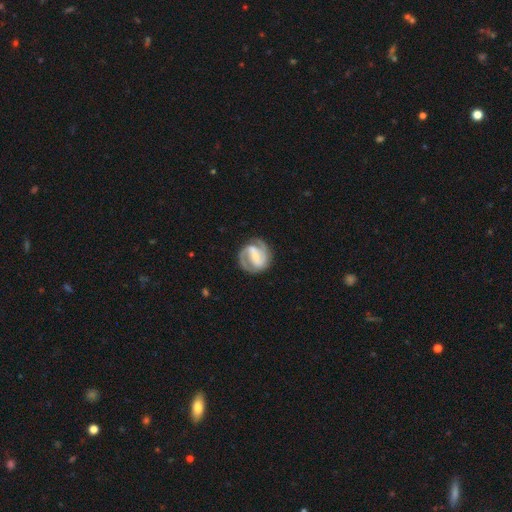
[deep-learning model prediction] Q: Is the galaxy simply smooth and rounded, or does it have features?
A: featured or disk — 87%.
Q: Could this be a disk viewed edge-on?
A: no — 98%.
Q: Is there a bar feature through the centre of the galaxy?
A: strong — 42%.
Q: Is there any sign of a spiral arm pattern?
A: yes — 96%.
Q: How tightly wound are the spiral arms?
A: medium — 46%.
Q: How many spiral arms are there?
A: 2 — 87%.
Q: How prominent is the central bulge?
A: small — 53%.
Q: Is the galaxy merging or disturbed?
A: none — 78%.